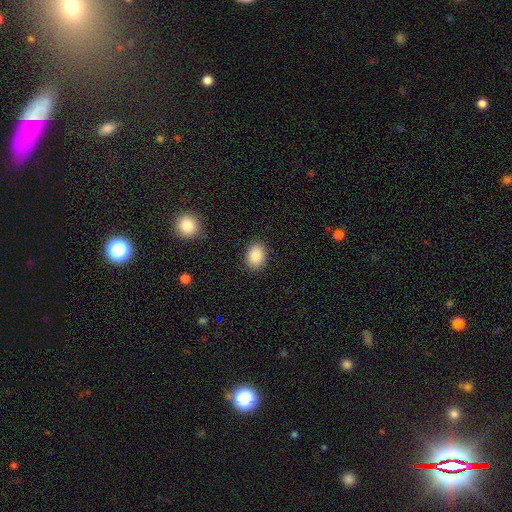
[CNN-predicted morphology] type=smooth (88%); roundness=in between (67%); merging=none (87%).